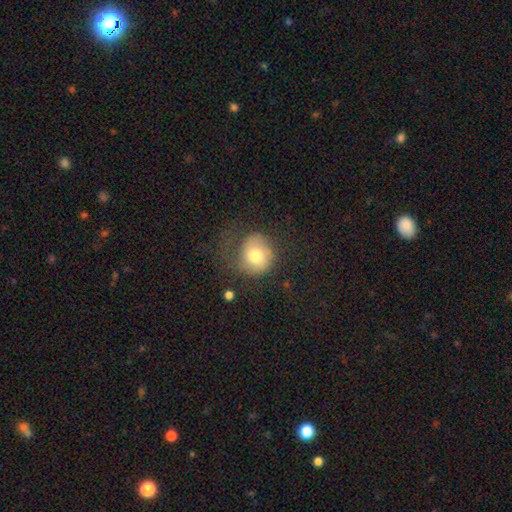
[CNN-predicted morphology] smooth 69%, featured or disk 23%, star or artifact 8%. Down the decision tree: how rounded — round (77%); merging — none (44%).